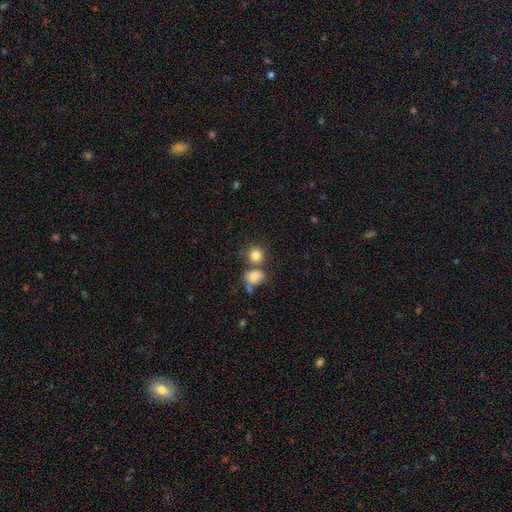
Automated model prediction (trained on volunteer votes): Q: Smooth or featured?
A: smooth (82%); runner-up: star or artifact (11%)
Q: How rounded?
A: round (82%); runner-up: in between (17%)
Q: Merging?
A: none (57%); runner-up: merger (29%)